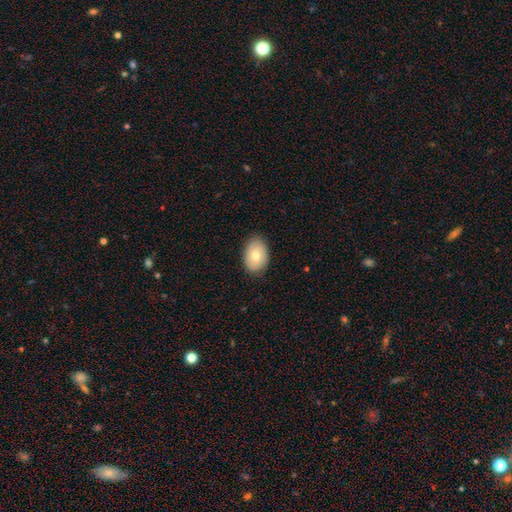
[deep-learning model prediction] Morphology: type=smooth (73%); roundness=in between (84%); merging=none (84%).